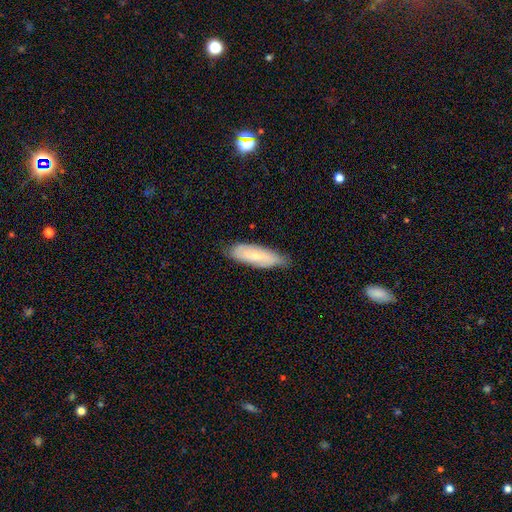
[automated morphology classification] Q: Smooth or featured?
A: smooth (54%); runner-up: featured or disk (39%)
Q: How rounded?
A: in between (54%); runner-up: cigar-shaped (44%)
Q: Merging?
A: none (76%); runner-up: minor disturbance (20%)